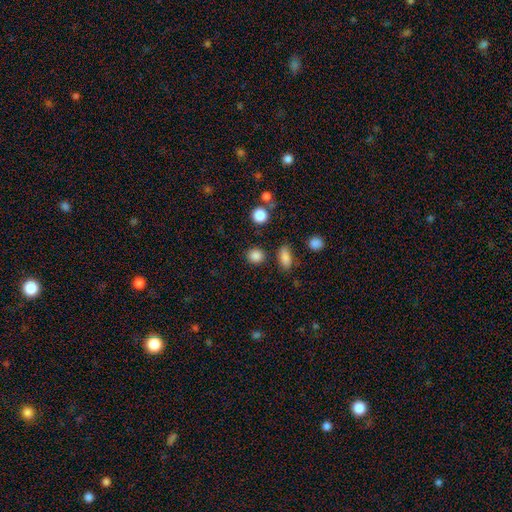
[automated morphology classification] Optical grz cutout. It shows a smooth galaxy with no disk features (85%) that is round (86%). Merging: none (86%).